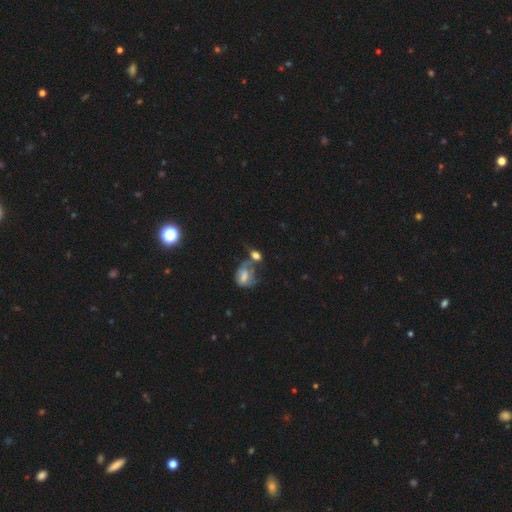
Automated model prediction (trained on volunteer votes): smooth_or_featured: smooth (p=0.63) [alt: featured or disk p=0.23]
how_rounded: in between (p=0.67) [alt: round p=0.29]
merging: merger (p=0.39) [alt: none p=0.33]